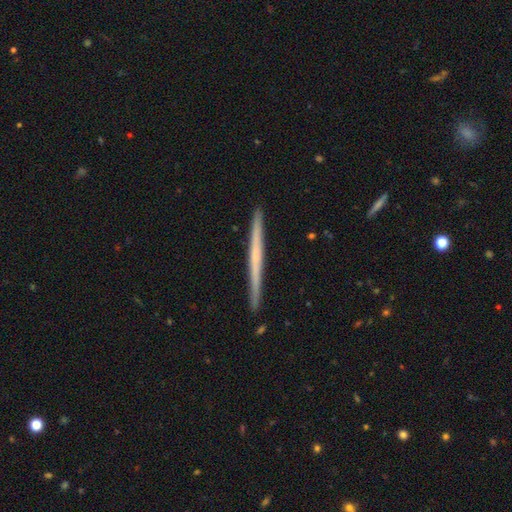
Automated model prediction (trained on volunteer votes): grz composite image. It shows a featured or disk galaxy (59%) viewed edge-on (98%) with no central bulge (82%). Merging: none (92%).